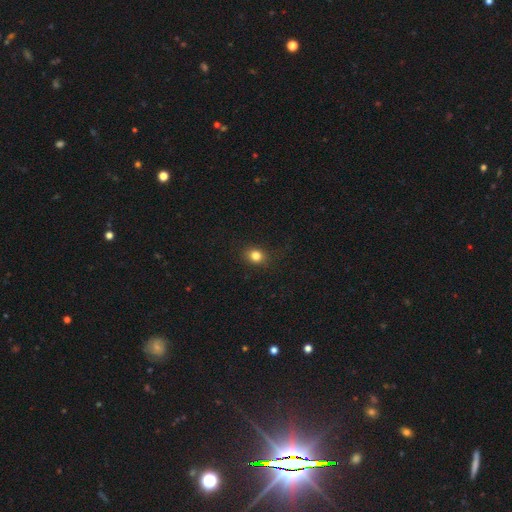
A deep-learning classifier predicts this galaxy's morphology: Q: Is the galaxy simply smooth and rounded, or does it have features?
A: smooth — 82%.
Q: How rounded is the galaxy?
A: round — 64%.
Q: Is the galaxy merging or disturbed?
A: none — 86%.